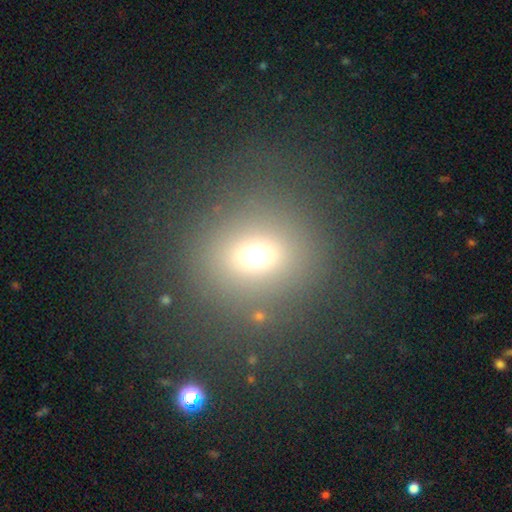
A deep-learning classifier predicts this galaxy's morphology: This appears to be a smooth galaxy with no disk features (67%) that is round (77%). Merging: none (80%).